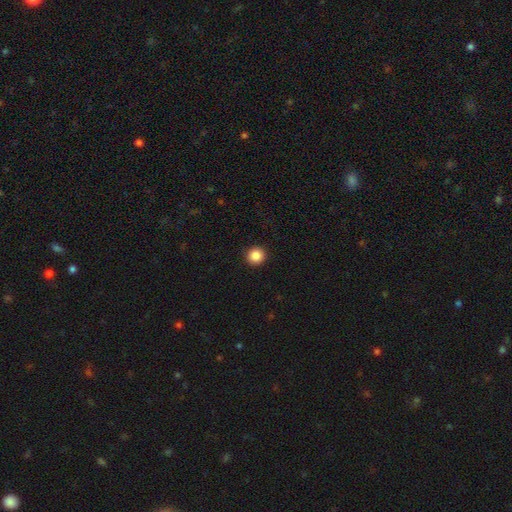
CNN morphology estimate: Smooth or featured: smooth — 87% (star or artifact — 10%)
How rounded: round — 94% (in between — 5%)
Merging: none — 93% (minor disturbance — 5%)